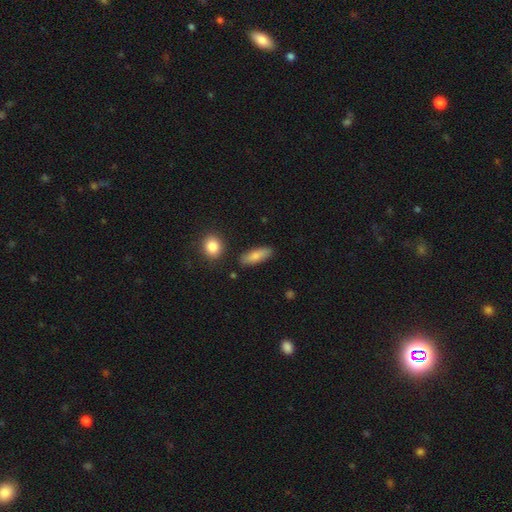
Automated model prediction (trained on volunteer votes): smooth-or-featured: smooth: 77% | featured or disk: 16% | star or artifact: 7%
  how-rounded: in between: 61% | cigar-shaped: 36% | round: 3%
  merging: none: 83% | minor disturbance: 11% | merger: 3% | major disturbance: 2%